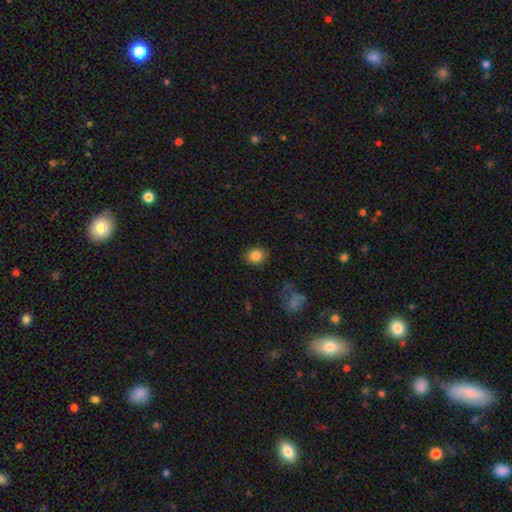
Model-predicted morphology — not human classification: This is clearly a smooth galaxy (84%). How rounded: likely round (71%). Merging: clearly none (85%).